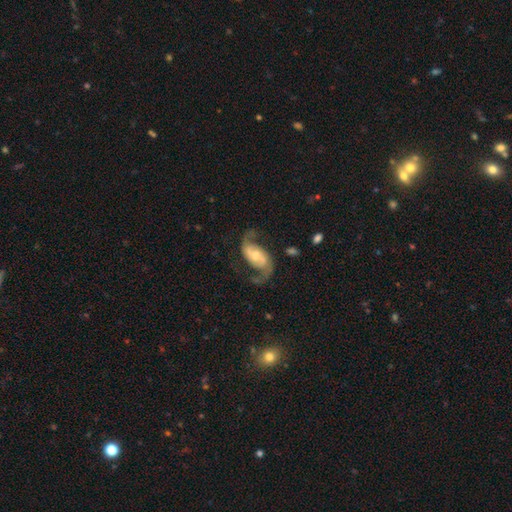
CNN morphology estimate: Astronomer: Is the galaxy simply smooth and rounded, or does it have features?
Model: featured or disk — 86%.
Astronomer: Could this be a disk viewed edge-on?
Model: no — 97%.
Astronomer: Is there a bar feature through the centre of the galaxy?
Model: no — 44% (runner-up: weak, 40%).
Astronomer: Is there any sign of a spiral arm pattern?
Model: yes — 96%.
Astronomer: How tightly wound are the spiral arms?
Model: loose — 56% (runner-up: medium, 36%).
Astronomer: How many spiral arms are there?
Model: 2 — 93%.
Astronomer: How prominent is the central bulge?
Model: moderate — 49% (runner-up: small, 37%).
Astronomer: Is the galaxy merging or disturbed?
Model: none — 67%.